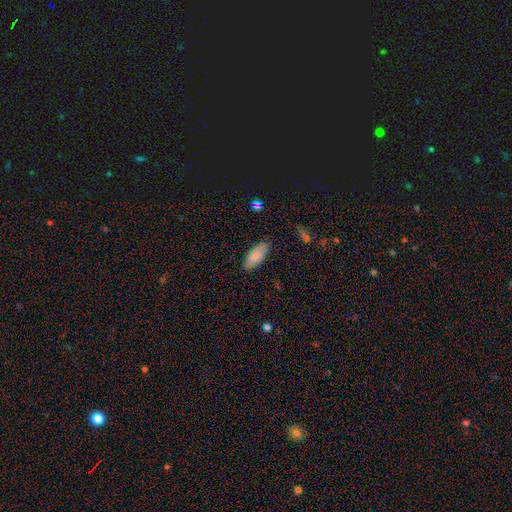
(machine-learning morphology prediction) smooth-or-featured: smooth: 81% | featured or disk: 12% | star or artifact: 6%
  how-rounded: in between: 86% | cigar-shaped: 12% | round: 2%
  merging: none: 86% | minor disturbance: 11% | major disturbance: 2% | merger: 1%